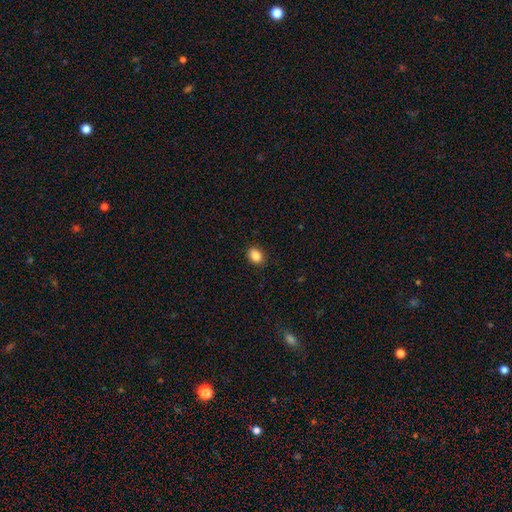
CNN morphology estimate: This appears to be a smooth galaxy with no disk features (87%) that is in between round and cigar-shaped (65%). Merging: none (89%).